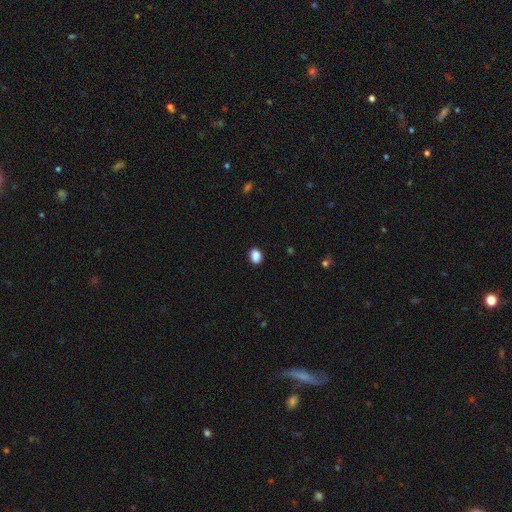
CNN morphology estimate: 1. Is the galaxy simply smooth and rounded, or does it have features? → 88% smooth, 9% star or artifact, 3% featured or disk.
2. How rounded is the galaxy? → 62% in between, 37% round, 1% cigar-shaped.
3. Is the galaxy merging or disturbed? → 88% none, 9% minor disturbance, 2% major disturbance, 1% merger.